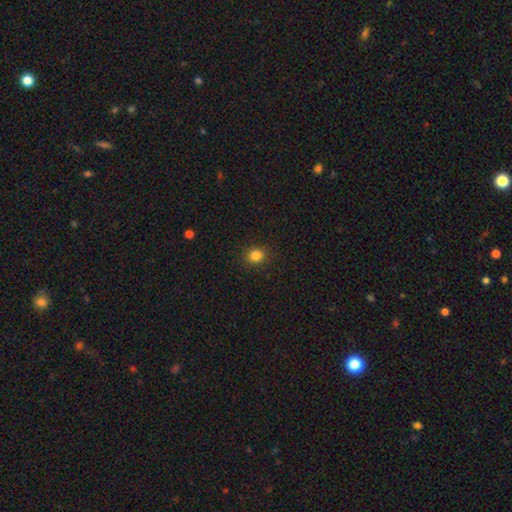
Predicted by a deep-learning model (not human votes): Smooth or featured? smooth (83%)
How rounded? round (77%)
Merging? none (90%)